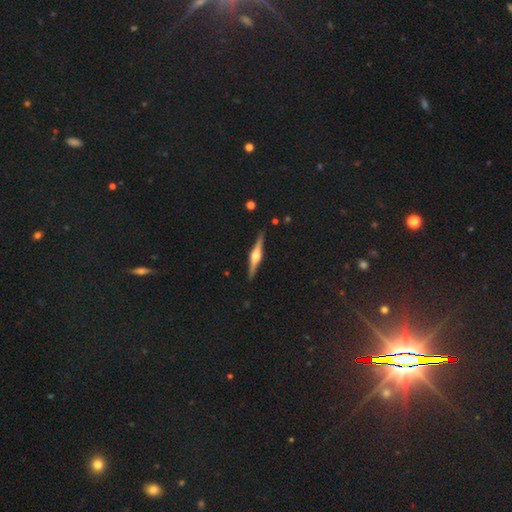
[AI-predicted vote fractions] Smooth or featured: featured or disk — 80% (smooth — 14%)
Edge-on disk: yes — 98% (no — 2%)
Edge-on bulge: rounded — 93% (boxy — 5%)
Merging: none — 91% (minor disturbance — 6%)